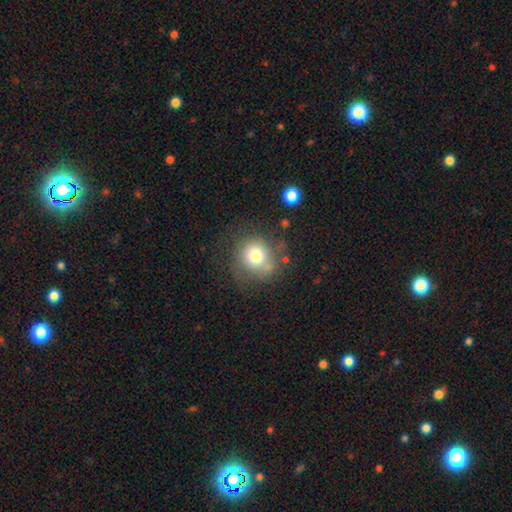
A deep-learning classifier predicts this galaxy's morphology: A smooth galaxy with no disk features (73%) that is round (87%).

Vote fractions:
- Smooth or featured? smooth: 73% / featured or disk: 16% / star or artifact: 12%
- How rounded? round: 87% / in between: 12% / cigar-shaped: 1%
- Merging? none: 63% / minor disturbance: 20% / major disturbance: 12% / merger: 5%